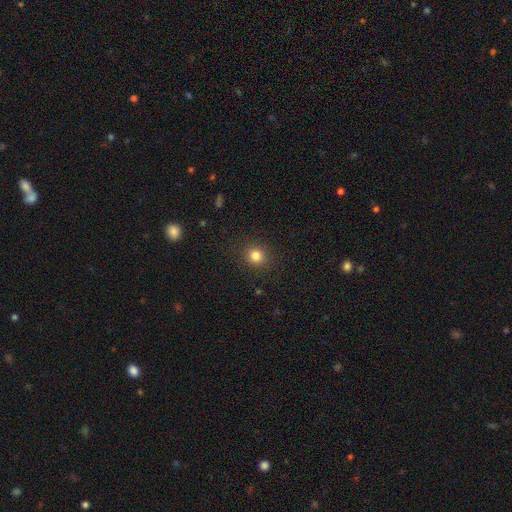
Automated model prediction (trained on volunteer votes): Smooth or featured: smooth — 82% (star or artifact — 12%)
How rounded: round — 89% (in between — 10%)
Merging: none — 90% (minor disturbance — 6%)